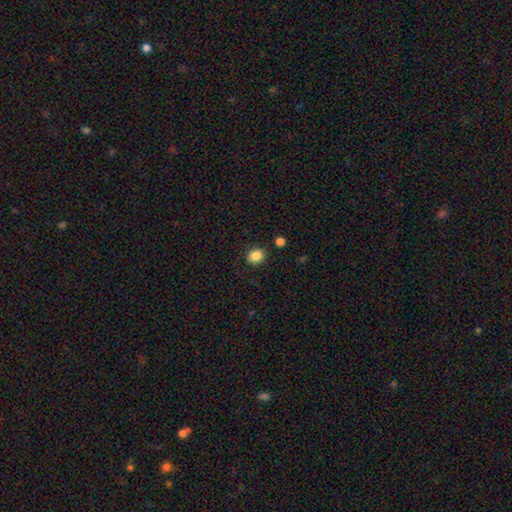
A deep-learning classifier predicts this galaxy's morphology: Smooth or featured? smooth (86%)
How rounded? round (72%)
Merging? none (85%)